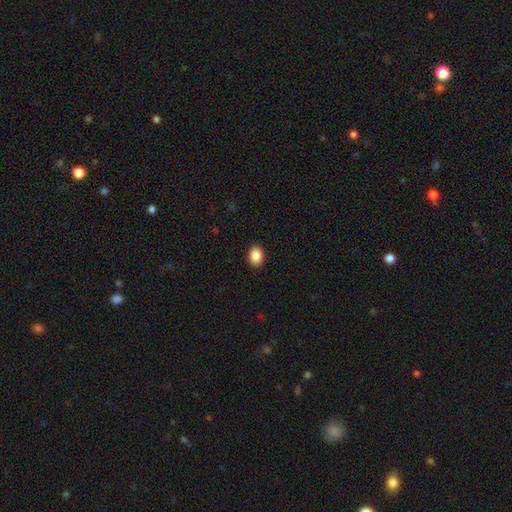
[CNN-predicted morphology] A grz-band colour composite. It shows a smooth galaxy with no disk features (89%) that is in between round and cigar-shaped (68%). Merging: none (90%).